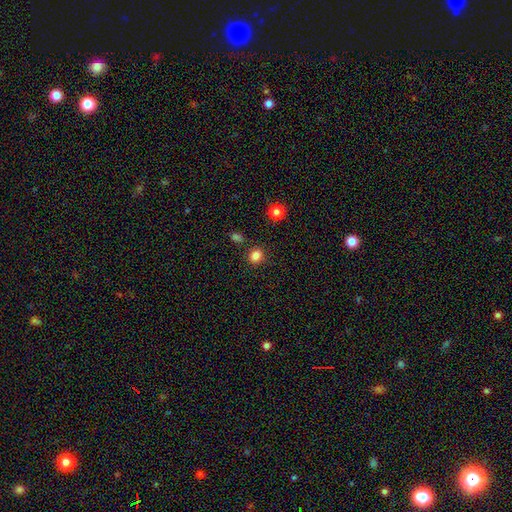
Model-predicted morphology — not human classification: type=smooth (83%); roundness=round (77%); merging=none (85%).